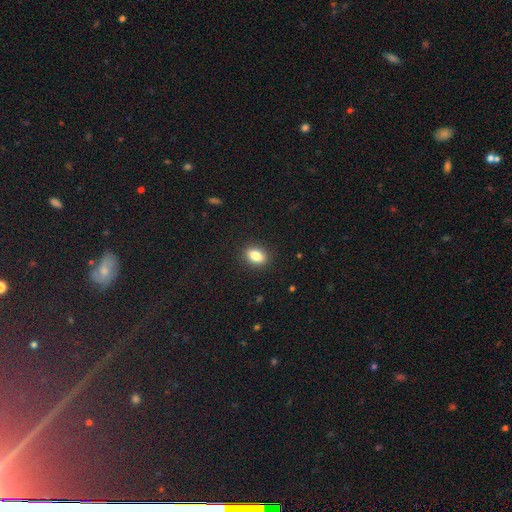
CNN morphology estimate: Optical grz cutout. It shows a smooth galaxy with no disk features (83%) that is in between round and cigar-shaped (80%). Merging: none (89%).